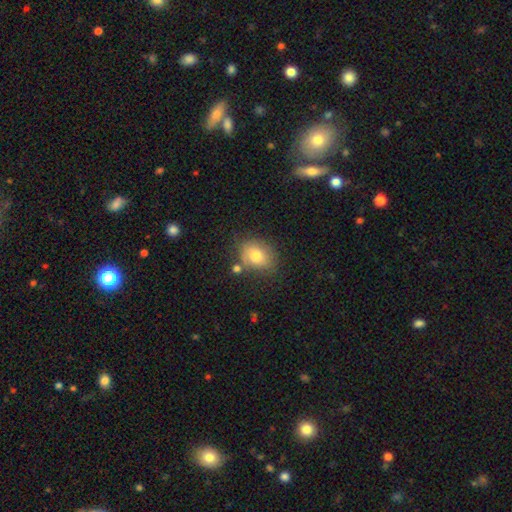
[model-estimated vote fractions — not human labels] smooth 77%, featured or disk 13%, star or artifact 9%. Down the decision tree: how rounded — in between (63%); merging — none (64%).